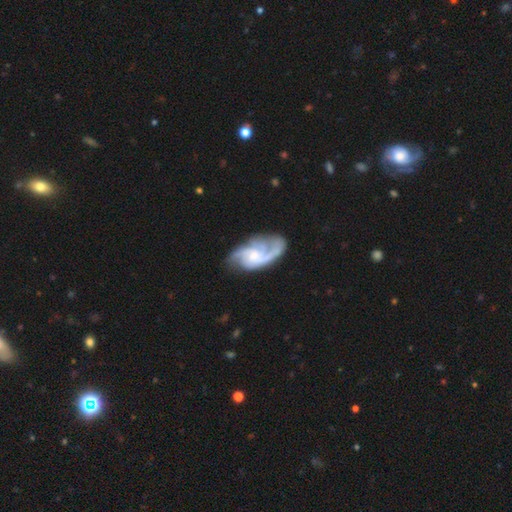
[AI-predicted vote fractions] smooth_or_featured: featured or disk (p=0.81) [alt: smooth p=0.13]
disk_edge_on: no (p=0.96) [alt: yes p=0.04]
bar: no (p=0.61) [alt: weak p=0.34]
has_spiral_arms: yes (p=0.94) [alt: no p=0.06]
spiral_winding: medium (p=0.46) [alt: loose p=0.36]
spiral_arm_count: 2 (p=0.51) [alt: 3 p=0.21]
bulge_size: small (p=0.44) [alt: moderate p=0.35]
merging: none (p=0.55) [alt: minor disturbance p=0.22]